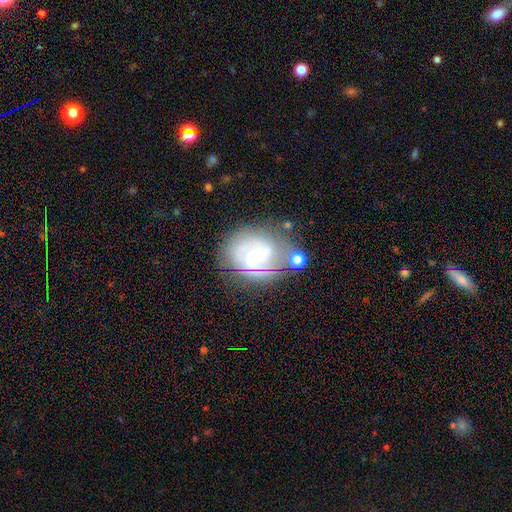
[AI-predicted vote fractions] Morphology: type=featured or disk (75%); edge-on=no (97%); bar=no (59%); spiral arms=yes (90%); winding=tight (57%); arm count=2 (44%); bulge=small (48%); merging=none (63%).